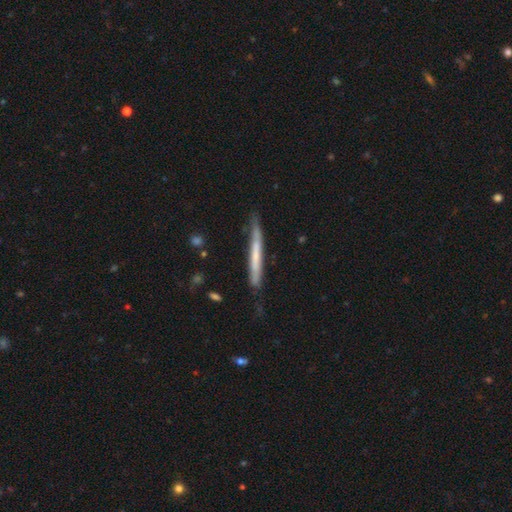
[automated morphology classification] Overall: smooth (50%; featured or disk 44%). Merging: none (71%).